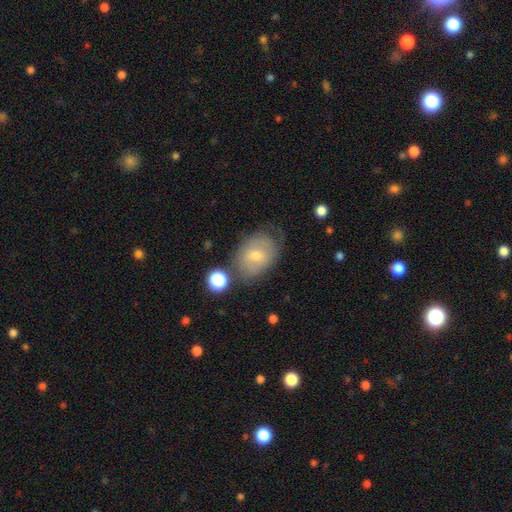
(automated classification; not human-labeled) This is possibly a smooth galaxy (56%). How rounded: likely in between (71%). Merging: possibly none (59%).